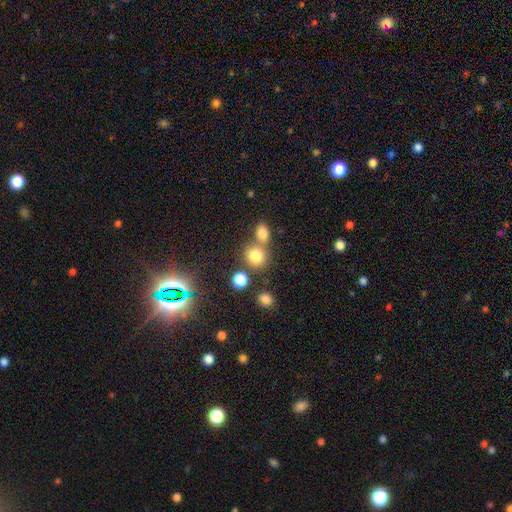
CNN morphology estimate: A smooth galaxy with no disk features (78%) that is round (78%). Merging: none (58%).